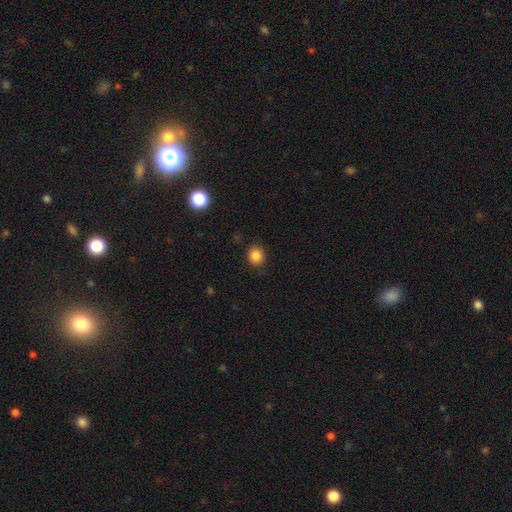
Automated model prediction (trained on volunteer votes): smooth 85%, star or artifact 11%, featured or disk 4%. Down the decision tree: how rounded — round (81%); merging — none (87%).